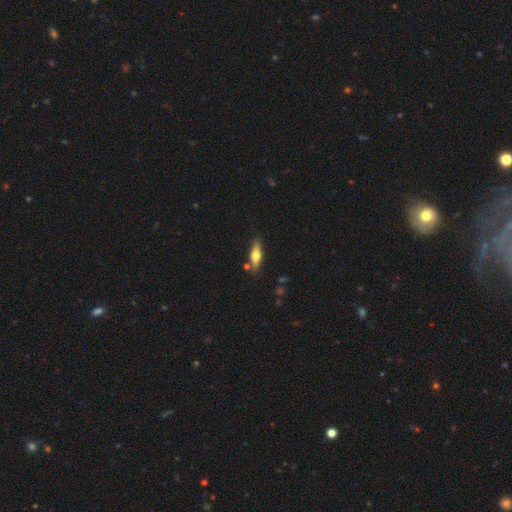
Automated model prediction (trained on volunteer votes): smooth-or-featured: smooth: 53% | featured or disk: 41% | star or artifact: 6%
  how-rounded: cigar-shaped: 54% | in between: 43% | round: 3%
  merging: none: 80% | minor disturbance: 13% | merger: 5% | major disturbance: 3%